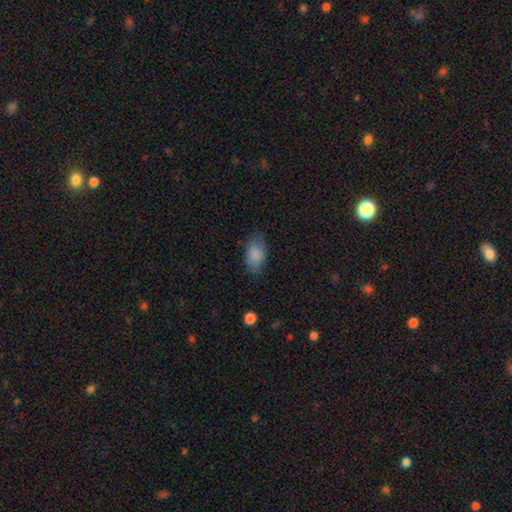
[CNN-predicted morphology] A smooth galaxy with no disk features (86%) that is in between round and cigar-shaped (90%).

Vote fractions:
- Smooth or featured? smooth: 86% / star or artifact: 7% / featured or disk: 7%
- How rounded? in between: 90% / round: 8% / cigar-shaped: 2%
- Merging? none: 73% / minor disturbance: 20% / major disturbance: 6% / merger: 1%